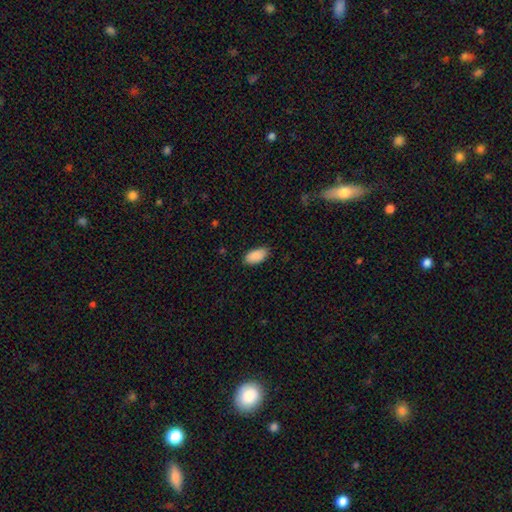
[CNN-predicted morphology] The model was most divided on "merging": none: 84%, minor disturbance: 13%, major disturbance: 2%, merger: 1%. More confident: how rounded — in between (95%); smooth or featured — smooth (90%).